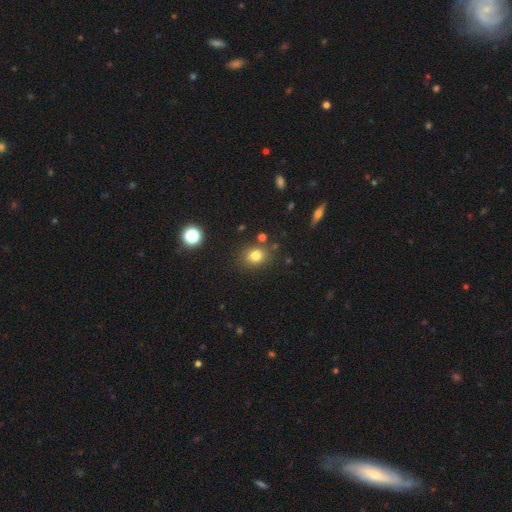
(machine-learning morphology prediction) Smooth or featured: smooth — 79% (star or artifact — 14%)
How rounded: round — 66% (in between — 33%)
Merging: none — 81% (minor disturbance — 11%)